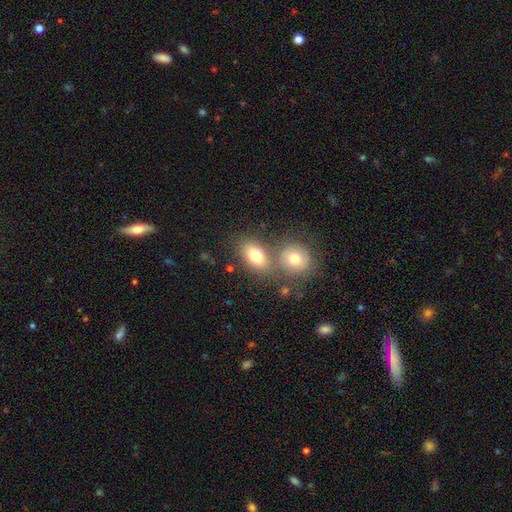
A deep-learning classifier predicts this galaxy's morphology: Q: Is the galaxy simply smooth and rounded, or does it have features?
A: smooth — 77%.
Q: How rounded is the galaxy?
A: in between — 79%.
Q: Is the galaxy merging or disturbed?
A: none — 54%.